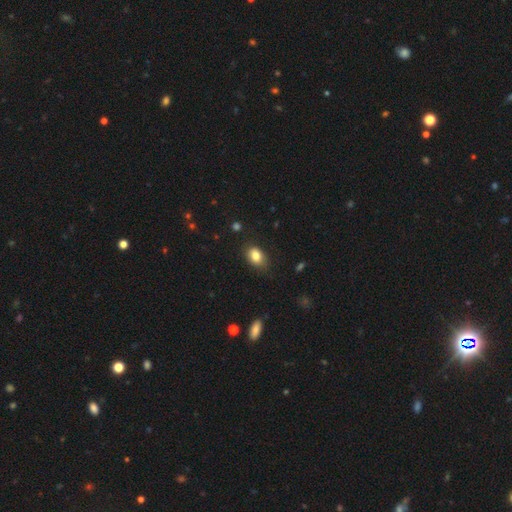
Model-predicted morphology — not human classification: Smooth or featured: smooth — 83% (star or artifact — 9%)
How rounded: in between — 77% (round — 22%)
Merging: none — 79% (minor disturbance — 16%)